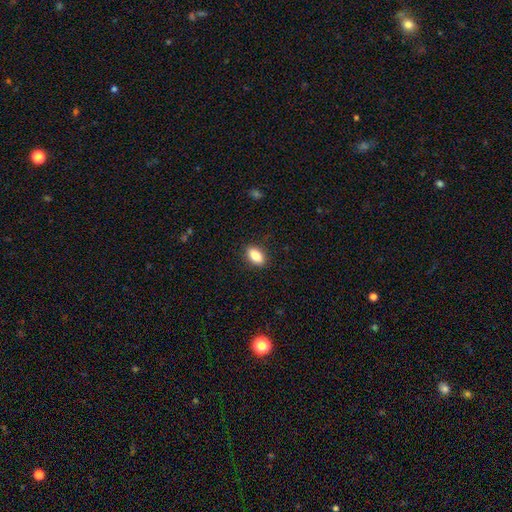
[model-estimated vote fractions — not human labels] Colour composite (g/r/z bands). It shows a smooth galaxy with no disk features (85%) that is in between round and cigar-shaped (88%). Merging: none (88%).